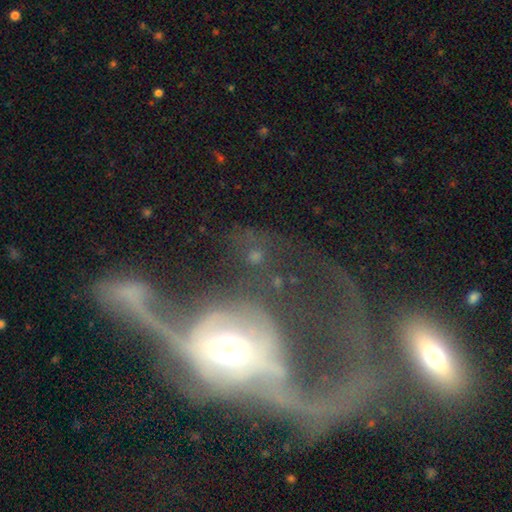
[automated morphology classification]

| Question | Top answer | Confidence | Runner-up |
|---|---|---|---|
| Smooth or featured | featured or disk | 45% | smooth (30%) |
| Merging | none | 50% | major disturbance (23%) |